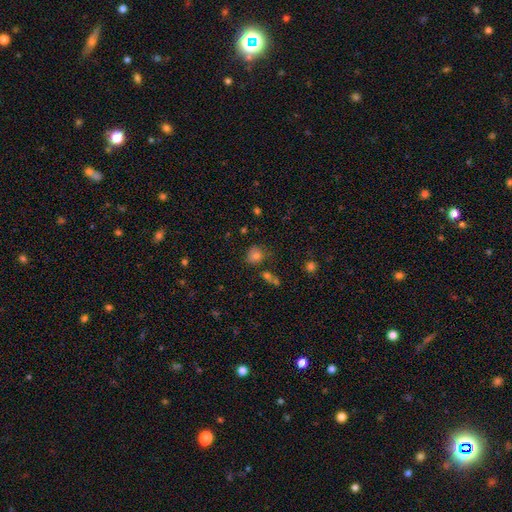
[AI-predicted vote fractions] Smooth or featured: smooth — 75% (star or artifact — 18%)
How rounded: round — 68% (in between — 30%)
Merging: none — 63% (minor disturbance — 19%)